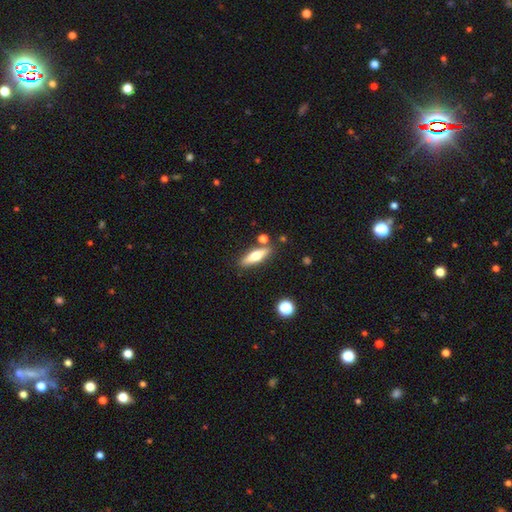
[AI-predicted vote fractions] The model was most divided on "smooth or featured": smooth: 53%, featured or disk: 41%, star or artifact: 7%. More confident: merging — none (82%); how rounded — cigar-shaped (63%).